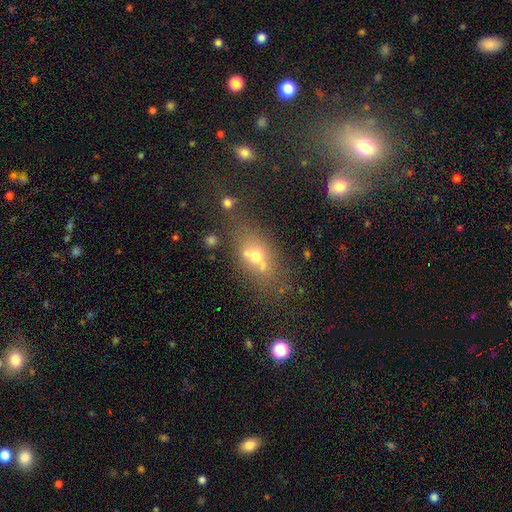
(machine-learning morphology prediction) Overall: smooth (54%; featured or disk 27%). How rounded: in between (61%; round 31%). Merging: none (47%; merger 31%).